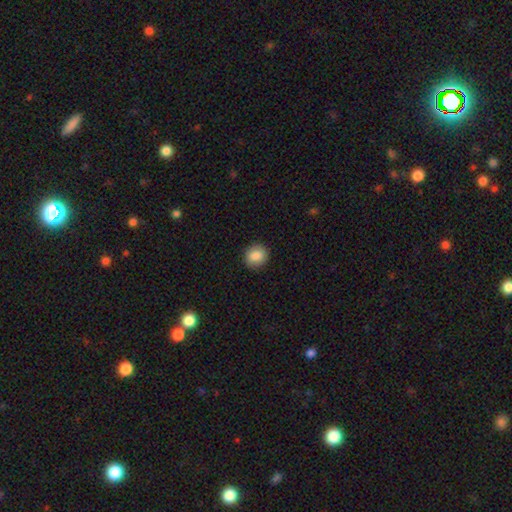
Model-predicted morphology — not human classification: type=smooth (87%); roundness=round (83%); merging=none (90%).